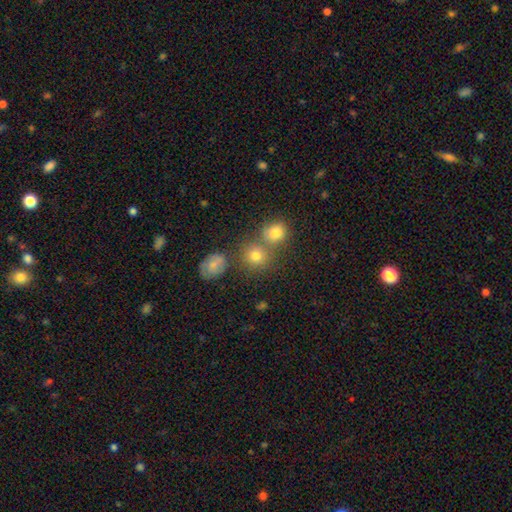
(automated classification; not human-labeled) The model was most divided on "merging": none: 60%, merger: 27%, minor disturbance: 9%, major disturbance: 4%. More confident: how rounded — round (84%); smooth or featured — smooth (77%).